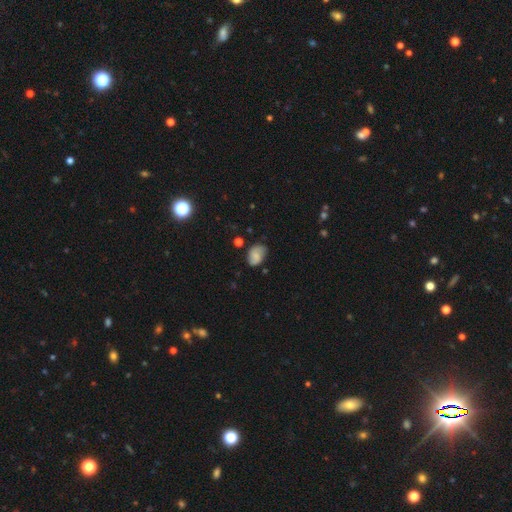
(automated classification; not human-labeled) Overall: smooth (69%). How rounded: in between (79%). Merging: none (63%; minor disturbance 29%).